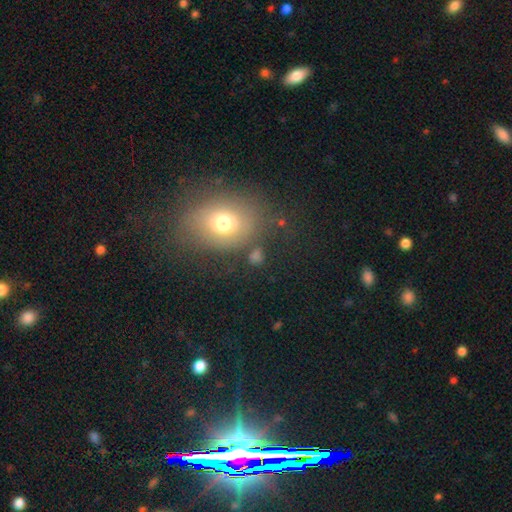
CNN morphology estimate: Q: Smooth or featured?
A: smooth (66%); runner-up: star or artifact (19%)
Q: How rounded?
A: round (53%); runner-up: in between (45%)
Q: Merging?
A: none (67%); runner-up: minor disturbance (15%)